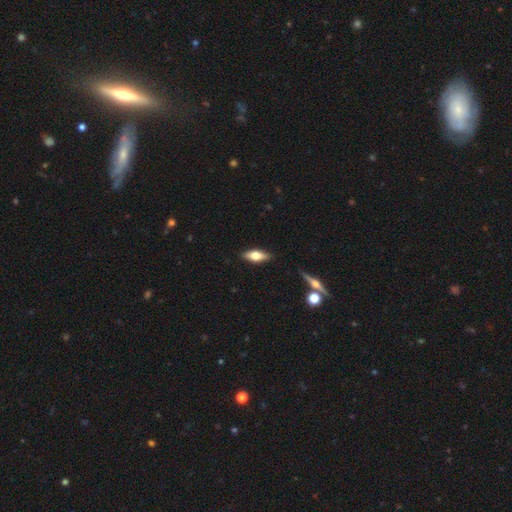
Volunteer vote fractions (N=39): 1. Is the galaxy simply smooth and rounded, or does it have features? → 49% smooth, 46% featured or disk, 5% star or artifact.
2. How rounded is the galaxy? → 68% in between, 16% round, 16% cigar-shaped.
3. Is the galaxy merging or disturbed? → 92% none, 5% merger, 3% minor disturbance, 0% major disturbance.